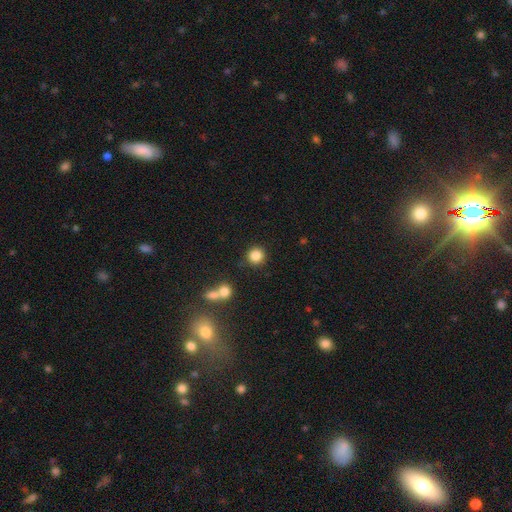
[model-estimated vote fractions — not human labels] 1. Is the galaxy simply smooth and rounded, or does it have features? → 85% smooth, 10% star or artifact, 5% featured or disk.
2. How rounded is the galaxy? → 92% round, 7% in between, 1% cigar-shaped.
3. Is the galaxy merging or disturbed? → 86% none, 6% minor disturbance, 5% merger, 3% major disturbance.